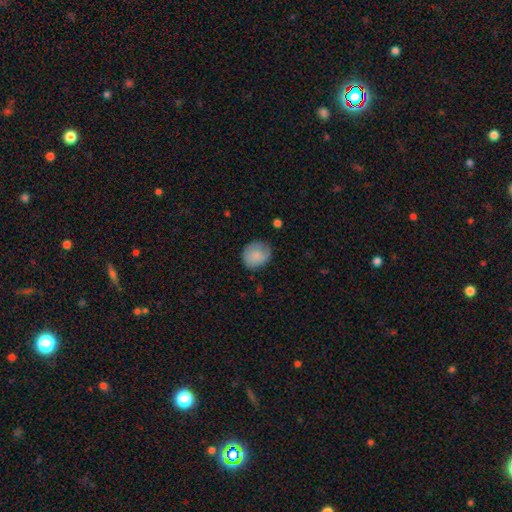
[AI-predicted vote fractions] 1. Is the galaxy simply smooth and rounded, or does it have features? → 82% smooth, 11% featured or disk, 7% star or artifact.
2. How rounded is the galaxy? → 72% round, 27% in between, 1% cigar-shaped.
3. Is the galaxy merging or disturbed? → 68% none, 24% minor disturbance, 7% major disturbance, 1% merger.